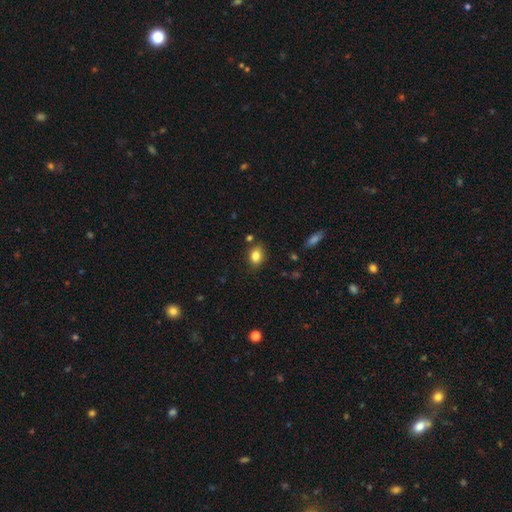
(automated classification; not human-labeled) Morphology: type=smooth (83%); roundness=in between (63%); merging=none (81%).